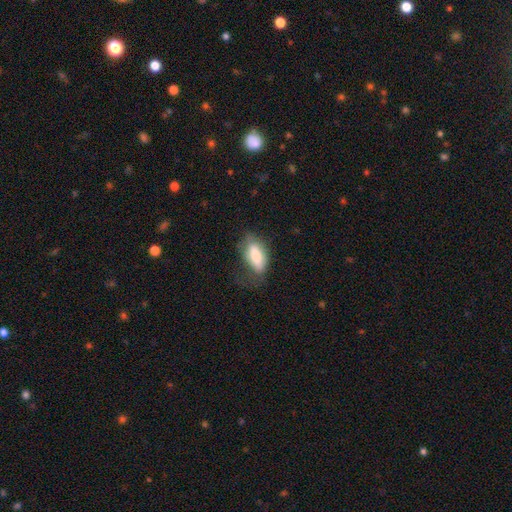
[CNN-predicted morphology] A smooth galaxy with no disk features (74%) that is in between round and cigar-shaped (77%).

Vote fractions:
- Smooth or featured? smooth: 74% / featured or disk: 19% / star or artifact: 7%
- How rounded? in between: 77% / cigar-shaped: 20% / round: 3%
- Merging? none: 46% / minor disturbance: 31% / major disturbance: 22% / merger: 2%